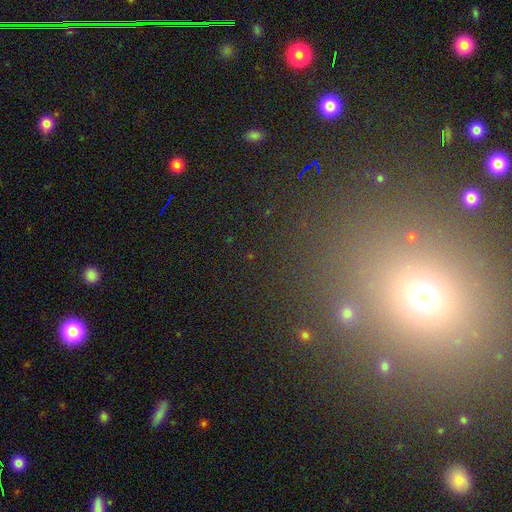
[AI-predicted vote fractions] smooth_or_featured: smooth (p=0.47) [alt: star or artifact p=0.45]
merging: none (p=0.86) [alt: minor disturbance p=0.07]